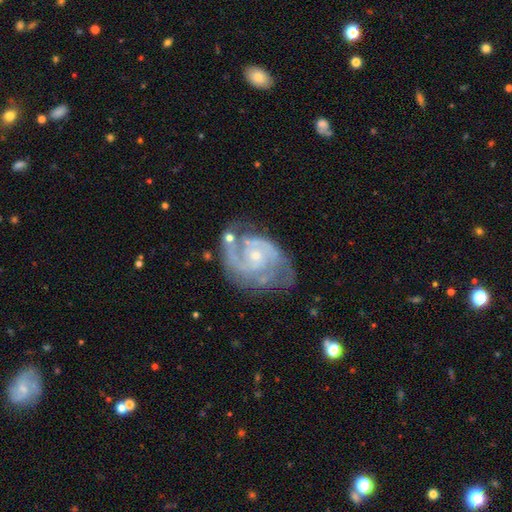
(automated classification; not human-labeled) This appears to be a featured or disk galaxy (89%) with no bar (65%), 2 (63%) tight (48%) spiral arms (97%) and a small central bulge (71%). Merging: none (59%).